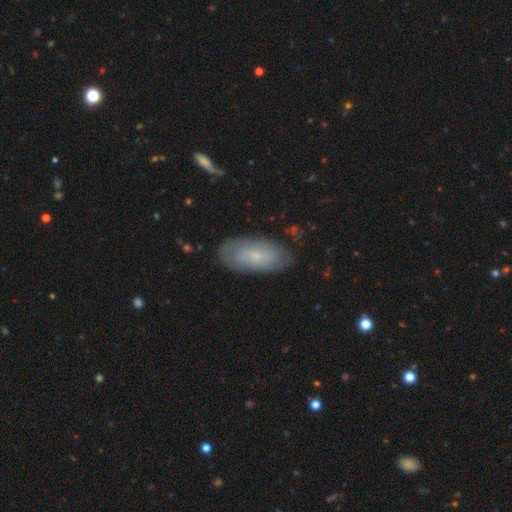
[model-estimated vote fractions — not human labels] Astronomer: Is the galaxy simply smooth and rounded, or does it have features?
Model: smooth — 53% (runner-up: featured or disk, 39%).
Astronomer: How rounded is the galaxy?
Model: in between — 91%.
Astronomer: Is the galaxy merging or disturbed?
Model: none — 79%.